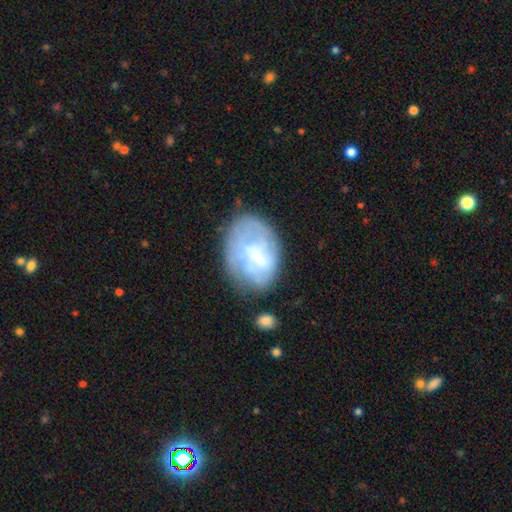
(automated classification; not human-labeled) Overall: featured or disk (48%; smooth 44%). Merging: none (53%; minor disturbance 27%).